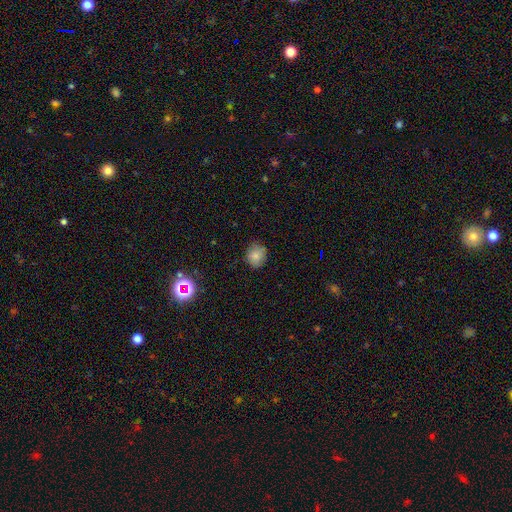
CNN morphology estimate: Smooth or featured?
  - smooth: 79% *
  - star or artifact: 11%
  - featured or disk: 9%
How rounded?
  - round: 70% *
  - in between: 29%
  - cigar-shaped: 1%
Merging?
  - none: 79% *
  - minor disturbance: 17%
  - major disturbance: 3%
  - merger: 1%